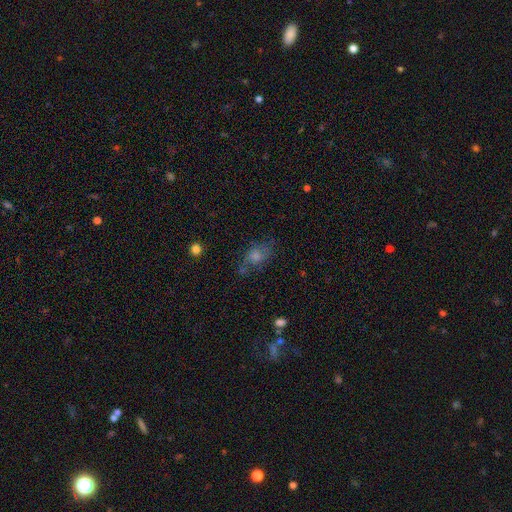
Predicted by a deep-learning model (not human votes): smooth-or-featured: smooth: 46% | featured or disk: 29% | star or artifact: 26%
  merging: none: 60% | minor disturbance: 21% | major disturbance: 12% | merger: 6%